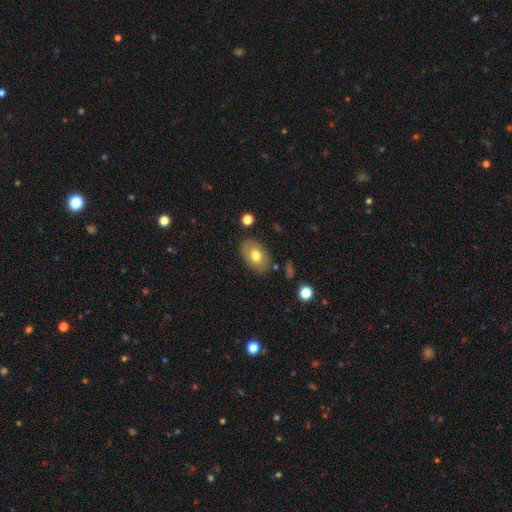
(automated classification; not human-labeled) The model was most divided on "smooth or featured": smooth: 71%, featured or disk: 21%, star or artifact: 7%. More confident: how rounded — in between (87%); merging — none (82%).